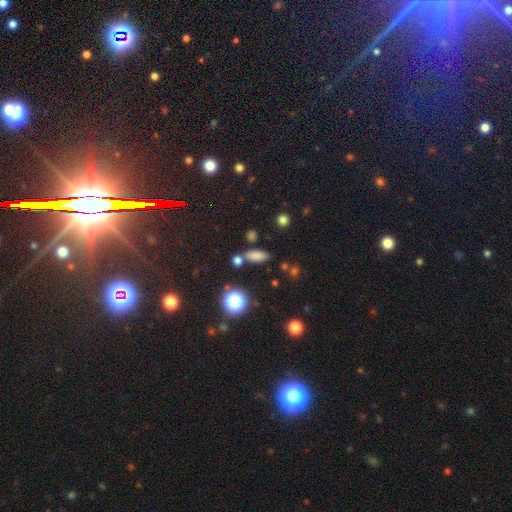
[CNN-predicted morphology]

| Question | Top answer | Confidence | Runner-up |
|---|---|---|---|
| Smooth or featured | smooth | 76% | star or artifact (17%) |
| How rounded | in between | 70% | cigar-shaped (22%) |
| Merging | none | 72% | merger (13%) |